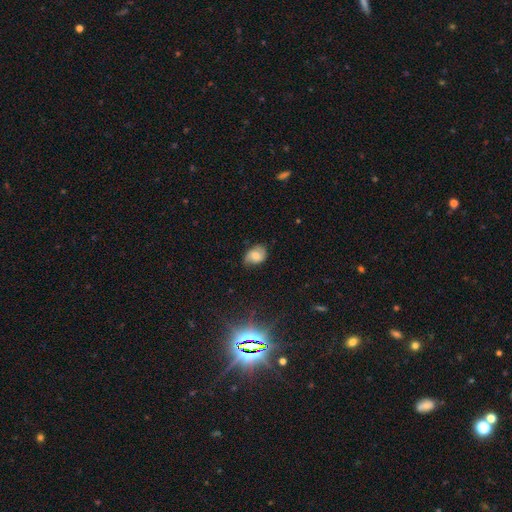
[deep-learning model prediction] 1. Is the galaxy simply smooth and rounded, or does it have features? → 65% smooth, 25% featured or disk, 10% star or artifact.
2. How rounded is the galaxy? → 74% in between, 25% round, 1% cigar-shaped.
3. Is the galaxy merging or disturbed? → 63% none, 29% minor disturbance, 6% major disturbance, 1% merger.